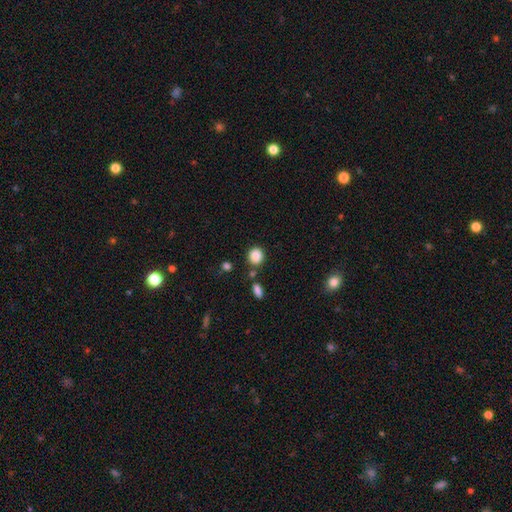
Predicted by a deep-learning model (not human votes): smooth_or_featured: smooth (p=0.87) [alt: star or artifact p=0.09]
how_rounded: round (p=0.82) [alt: in between p=0.17]
merging: none (p=0.77) [alt: minor disturbance p=0.11]